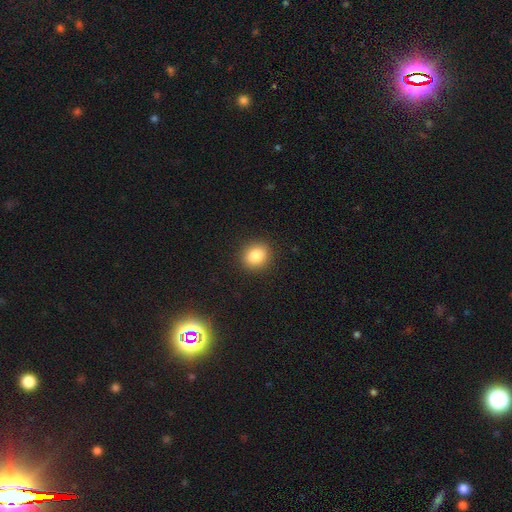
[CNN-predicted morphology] smooth 85%, star or artifact 10%, featured or disk 5%. Down the decision tree: how rounded — round (71%); merging — none (91%).